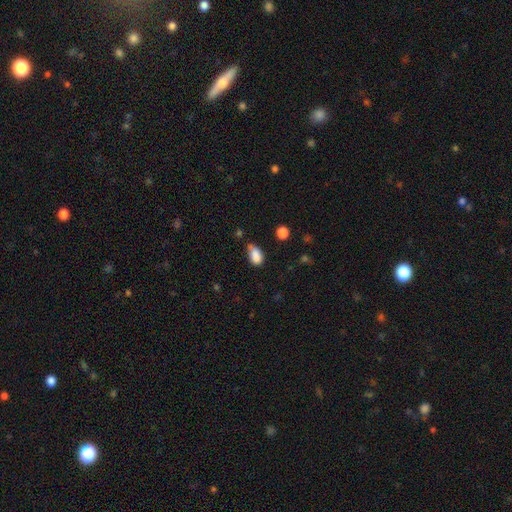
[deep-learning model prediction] smooth 83%, star or artifact 10%, featured or disk 7%. Down the decision tree: how rounded — in between (87%); merging — minor disturbance (41%).